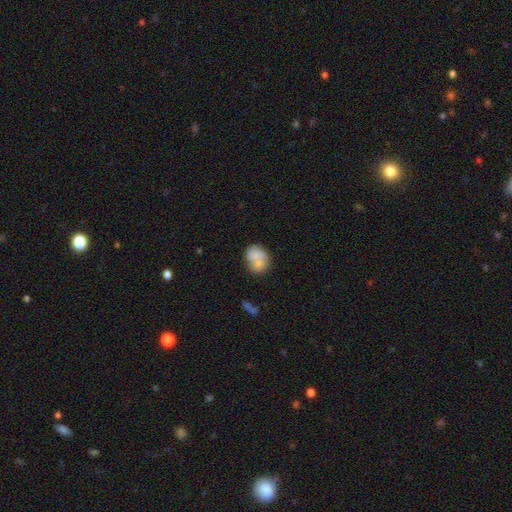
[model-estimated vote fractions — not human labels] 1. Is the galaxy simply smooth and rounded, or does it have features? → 59% smooth, 33% featured or disk, 8% star or artifact.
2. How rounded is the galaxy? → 53% in between, 45% round, 1% cigar-shaped.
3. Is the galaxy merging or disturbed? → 46% none, 25% merger, 21% minor disturbance, 8% major disturbance.